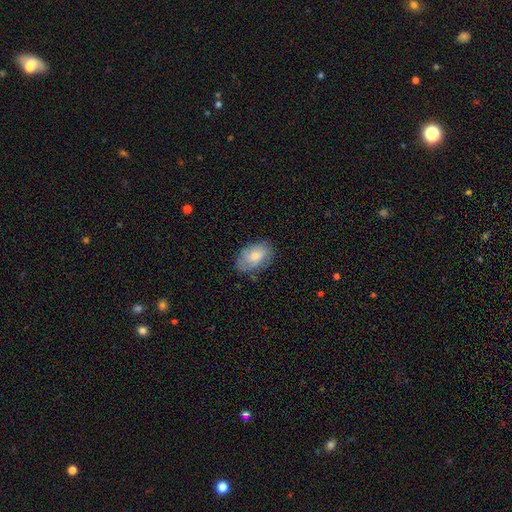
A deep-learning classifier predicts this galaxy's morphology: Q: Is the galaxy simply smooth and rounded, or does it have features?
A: smooth — 74%.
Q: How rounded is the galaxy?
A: in between — 90%.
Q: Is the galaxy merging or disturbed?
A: none — 75%.